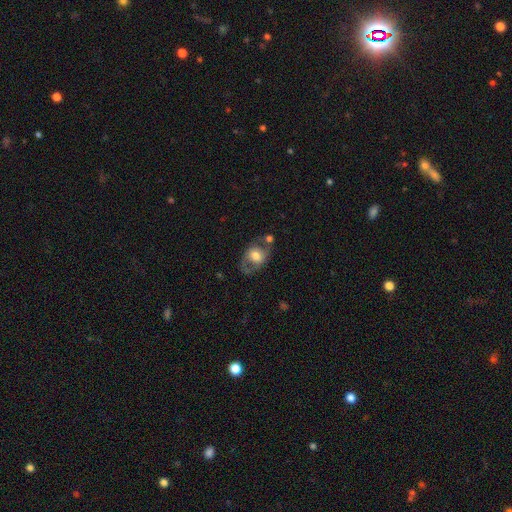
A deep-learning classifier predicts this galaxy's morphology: A featured or disk galaxy (50%). Merging: none (54%).